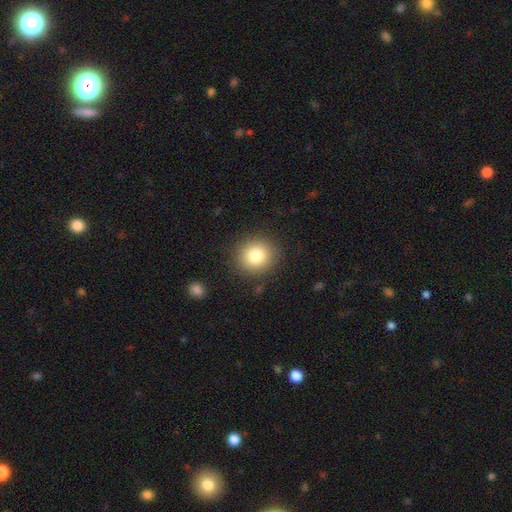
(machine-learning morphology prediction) Smooth or featured: smooth — 81% (star or artifact — 11%)
How rounded: round — 89% (in between — 10%)
Merging: none — 88% (minor disturbance — 7%)